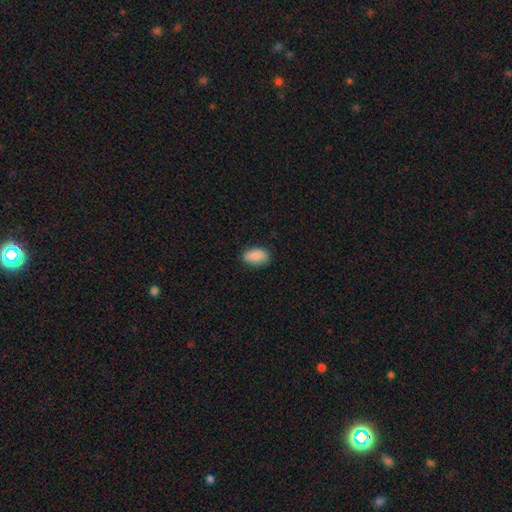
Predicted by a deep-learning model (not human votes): Smooth or featured? Predicted: smooth (p=0.88). How rounded? Predicted: in between (p=0.90). Merging? Predicted: none (p=0.81).